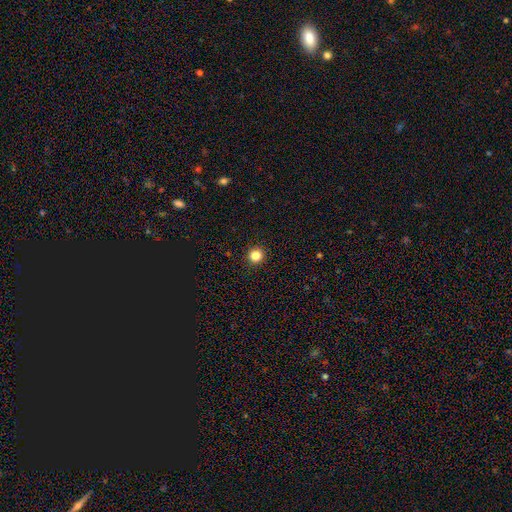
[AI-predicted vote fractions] smooth 84%, star or artifact 12%, featured or disk 4%. Down the decision tree: how rounded — round (95%); merging — none (94%).